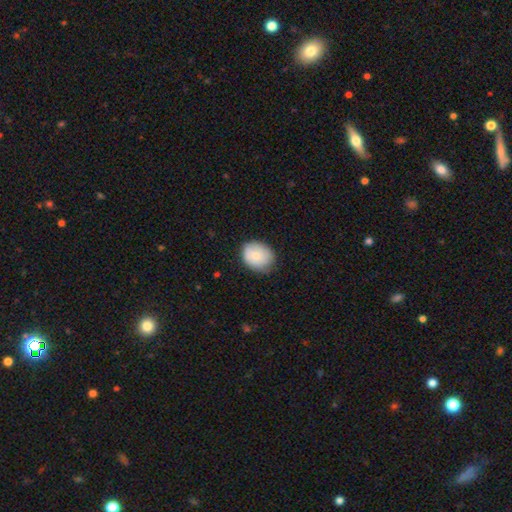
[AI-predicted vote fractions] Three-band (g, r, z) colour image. It shows a smooth galaxy with no disk features (75%) that is round (52%). Merging: none (71%).